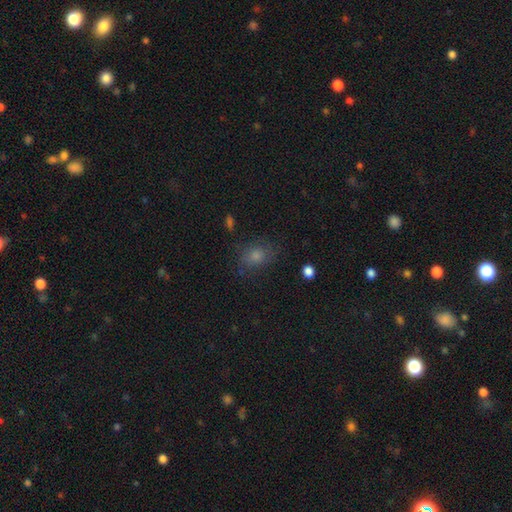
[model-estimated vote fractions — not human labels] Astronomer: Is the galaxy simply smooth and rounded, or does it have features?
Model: smooth — 57%.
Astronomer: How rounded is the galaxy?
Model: in between — 51% (runner-up: round, 47%).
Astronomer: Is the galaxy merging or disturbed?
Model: none — 75%.